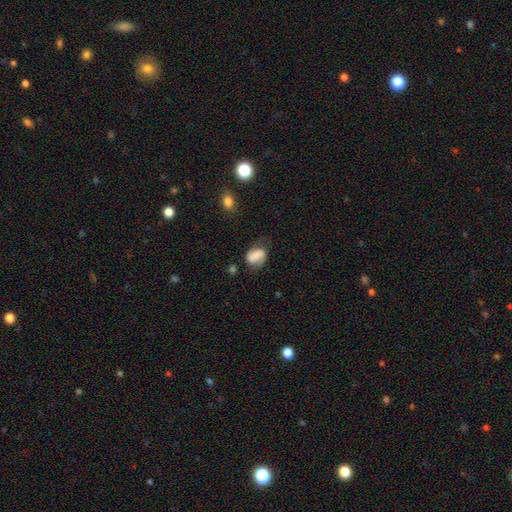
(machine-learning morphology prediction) Smooth or featured?
  - smooth: 49% *
  - featured or disk: 42%
  - star or artifact: 10%
Merging?
  - none: 56% *
  - minor disturbance: 27%
  - major disturbance: 12%
  - merger: 5%